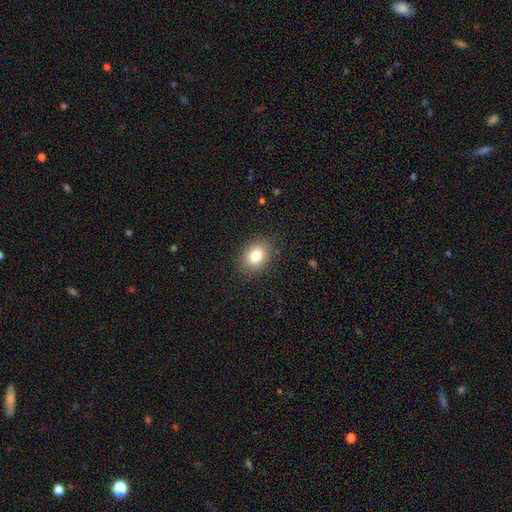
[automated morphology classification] Q: Smooth or featured?
A: smooth (82%); runner-up: star or artifact (10%)
Q: How rounded?
A: in between (72%); runner-up: round (27%)
Q: Merging?
A: none (87%); runner-up: minor disturbance (10%)